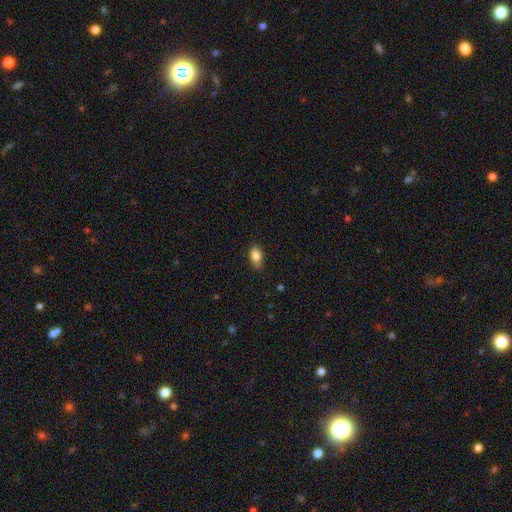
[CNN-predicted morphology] Smooth or featured? Predicted: smooth (p=0.85). How rounded? Predicted: in between (p=0.85). Merging? Predicted: none (p=0.80).